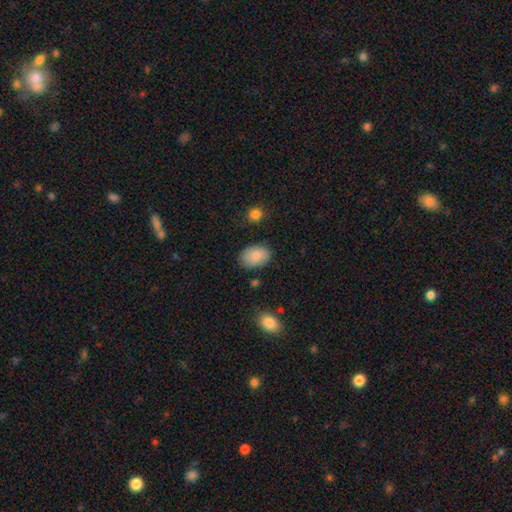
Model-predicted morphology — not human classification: smooth-or-featured: smooth: 86% | featured or disk: 7% | star or artifact: 7%
  how-rounded: in between: 87% | round: 12% | cigar-shaped: 1%
  merging: none: 81% | minor disturbance: 13% | major disturbance: 3% | merger: 2%